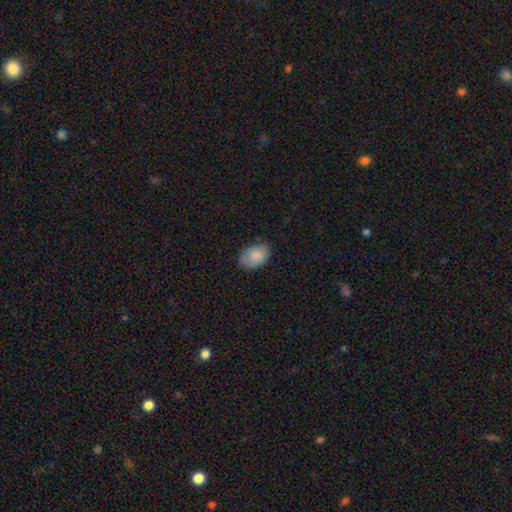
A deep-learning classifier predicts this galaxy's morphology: smooth_or_featured: smooth (p=0.85) [alt: featured or disk p=0.08]
how_rounded: in between (p=0.85) [alt: round p=0.13]
merging: none (p=0.72) [alt: minor disturbance p=0.23]